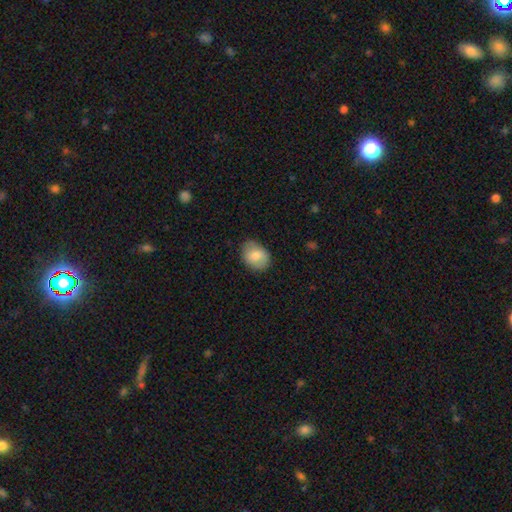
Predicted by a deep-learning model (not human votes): This is likely a smooth galaxy (80%). How rounded: likely in between (61%). Merging: likely none (78%).